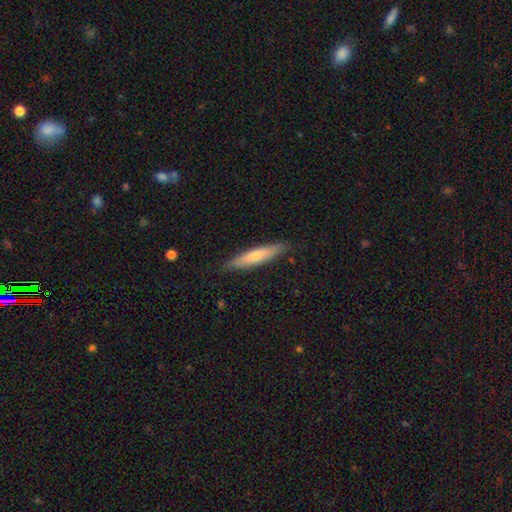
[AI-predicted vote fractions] Q: Smooth or featured?
A: smooth (60%); runner-up: featured or disk (35%)
Q: How rounded?
A: cigar-shaped (90%); runner-up: in between (9%)
Q: Merging?
A: none (87%); runner-up: minor disturbance (10%)